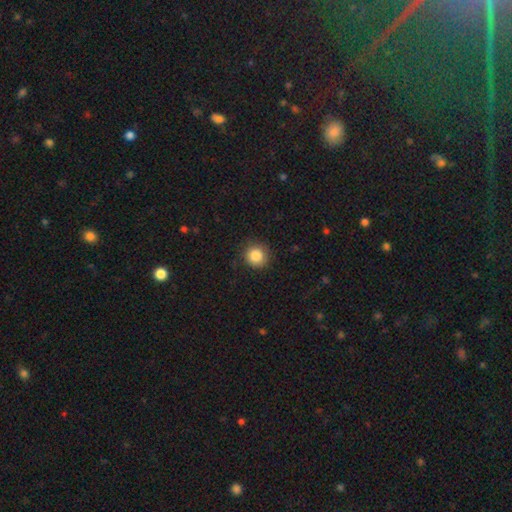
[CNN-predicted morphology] This appears to be a smooth galaxy with no disk features (85%) that is round (93%). Merging: none (87%).